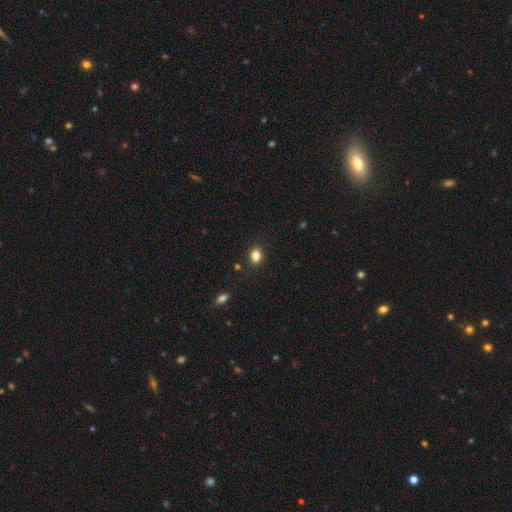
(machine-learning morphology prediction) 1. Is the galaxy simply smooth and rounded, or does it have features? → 84% smooth, 11% star or artifact, 5% featured or disk.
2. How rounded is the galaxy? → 67% in between, 32% round, 1% cigar-shaped.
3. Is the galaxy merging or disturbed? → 84% none, 11% minor disturbance, 3% major disturbance, 2% merger.